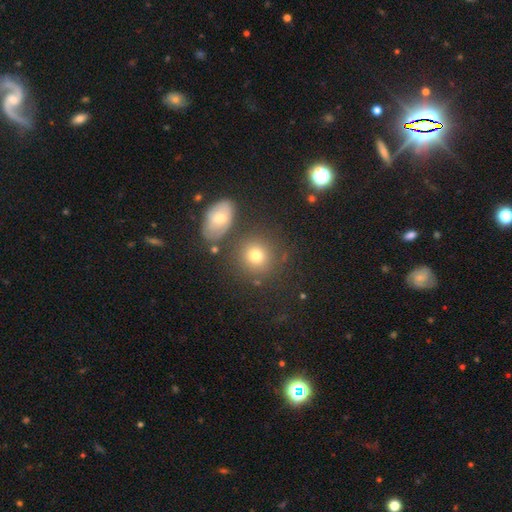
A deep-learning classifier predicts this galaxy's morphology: This is likely a smooth galaxy (75%). How rounded: clearly round (84%). Merging: likely none (75%).